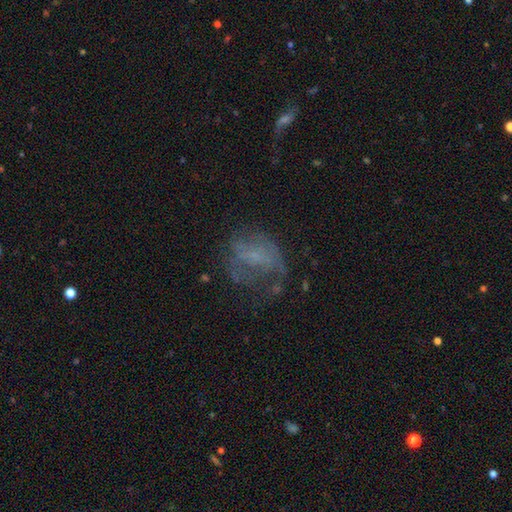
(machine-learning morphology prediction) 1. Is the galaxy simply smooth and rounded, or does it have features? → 47% featured or disk, 34% smooth, 19% star or artifact.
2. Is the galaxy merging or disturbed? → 41% none, 35% major disturbance, 22% minor disturbance, 3% merger.